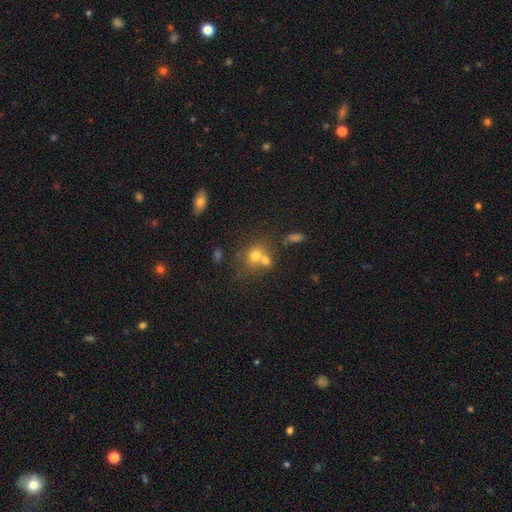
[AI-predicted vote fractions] Smooth or featured? smooth (69%)
How rounded? round (72%)
Merging? merger (45%)